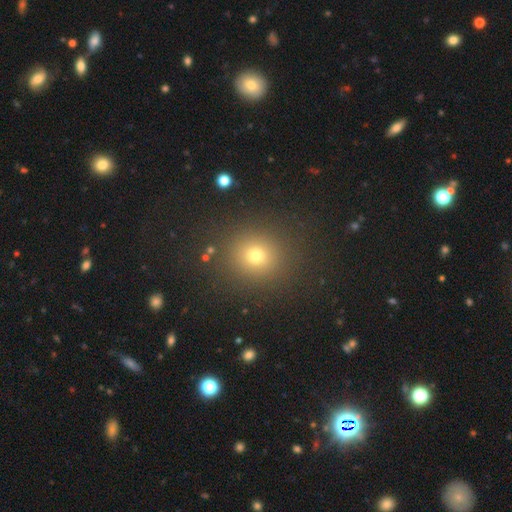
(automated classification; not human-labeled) Smooth or featured: smooth — 68% (star or artifact — 25%)
How rounded: round — 86% (in between — 13%)
Merging: none — 89% (minor disturbance — 6%)